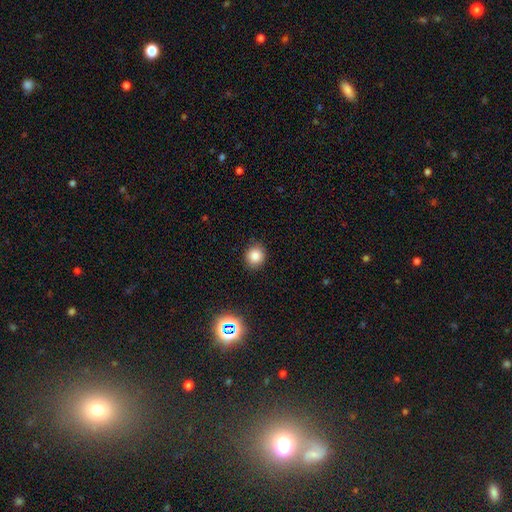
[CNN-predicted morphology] Q: Smooth or featured?
A: smooth (82%); runner-up: star or artifact (13%)
Q: How rounded?
A: round (83%); runner-up: in between (16%)
Q: Merging?
A: none (87%); runner-up: minor disturbance (10%)